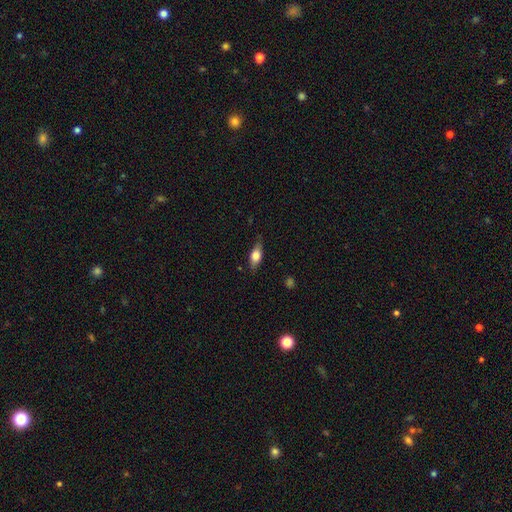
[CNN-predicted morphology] This is likely a smooth galaxy (66%). How rounded: likely in between (75%). Merging: likely none (75%).